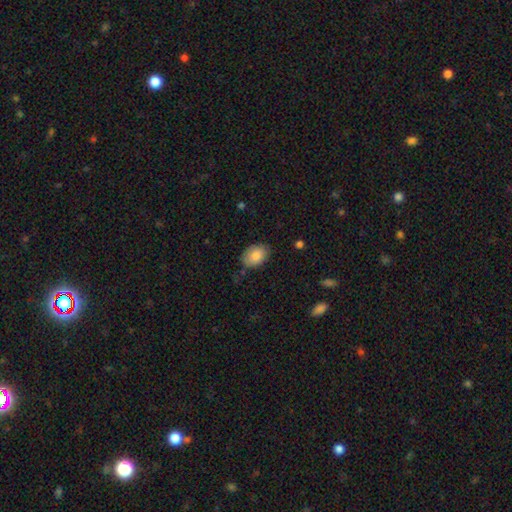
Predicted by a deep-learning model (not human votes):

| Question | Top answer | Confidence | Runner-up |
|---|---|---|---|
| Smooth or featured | smooth | 85% | featured or disk (8%) |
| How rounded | in between | 82% | round (17%) |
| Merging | none | 72% | minor disturbance (22%) |